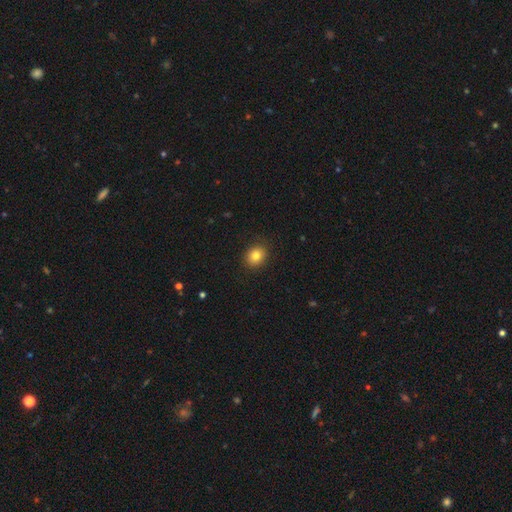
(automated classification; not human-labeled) A smooth galaxy with no disk features (82%) that is round (66%).

Vote fractions:
- Smooth or featured? smooth: 82% / star or artifact: 11% / featured or disk: 7%
- How rounded? round: 66% / in between: 33% / cigar-shaped: 1%
- Merging? none: 89% / minor disturbance: 8% / major disturbance: 2% / merger: 1%